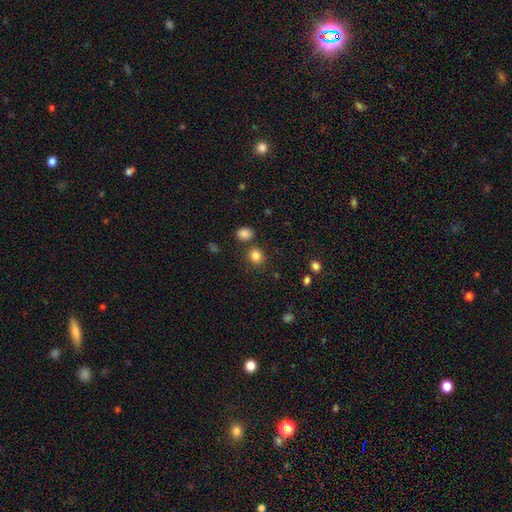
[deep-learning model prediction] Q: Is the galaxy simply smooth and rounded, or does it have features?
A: smooth — 84%.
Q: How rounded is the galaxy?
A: round — 78%.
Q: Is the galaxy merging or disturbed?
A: none — 77%.